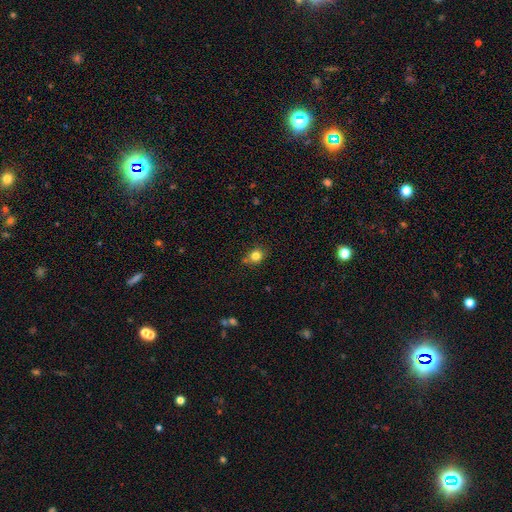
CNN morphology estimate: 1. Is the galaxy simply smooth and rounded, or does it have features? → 81% smooth, 12% star or artifact, 7% featured or disk.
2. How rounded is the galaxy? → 73% round, 26% in between, 1% cigar-shaped.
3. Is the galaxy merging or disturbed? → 74% none, 15% minor disturbance, 8% merger, 3% major disturbance.